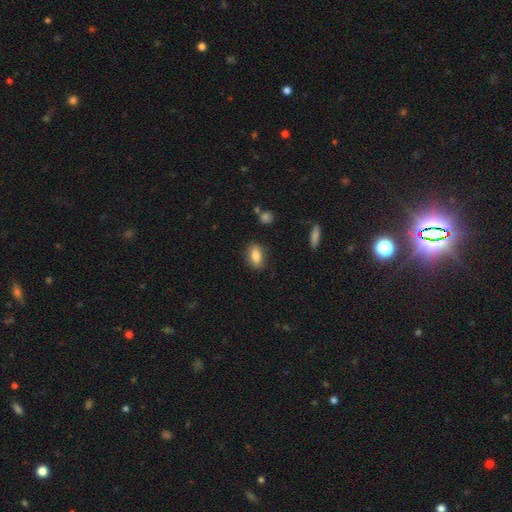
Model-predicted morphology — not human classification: smooth-or-featured: smooth: 83% | featured or disk: 9% | star or artifact: 8%
  how-rounded: in between: 85% | round: 8% | cigar-shaped: 7%
  merging: none: 83% | minor disturbance: 12% | major disturbance: 3% | merger: 2%